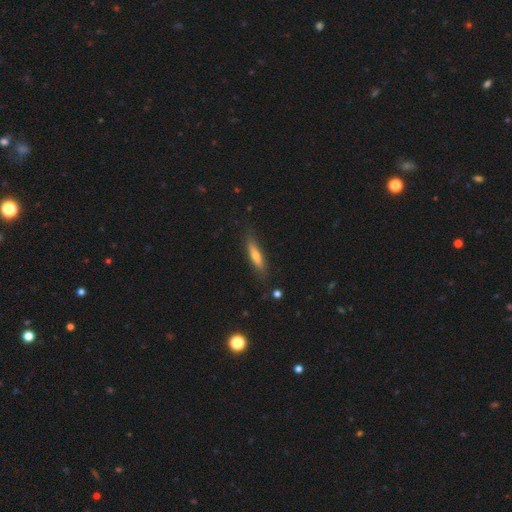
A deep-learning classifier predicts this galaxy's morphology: This is possibly a smooth galaxy (57%). How rounded: clearly cigar-shaped (83%). Merging: clearly none (83%).